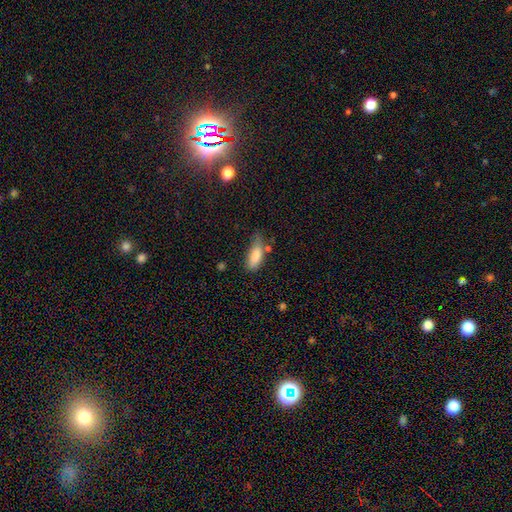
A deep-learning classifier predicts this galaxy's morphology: A smooth galaxy with no disk features (83%) that is in between round and cigar-shaped (74%). Merging: none (45%).